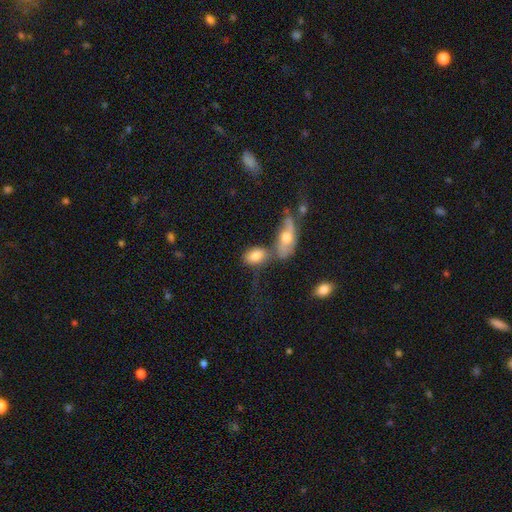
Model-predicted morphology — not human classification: Smooth or featured?
  - smooth: 74% *
  - featured or disk: 18%
  - star or artifact: 8%
How rounded?
  - in between: 88% *
  - round: 9%
  - cigar-shaped: 3%
Merging?
  - merger: 42% *
  - none: 33%
  - minor disturbance: 15%
  - major disturbance: 10%